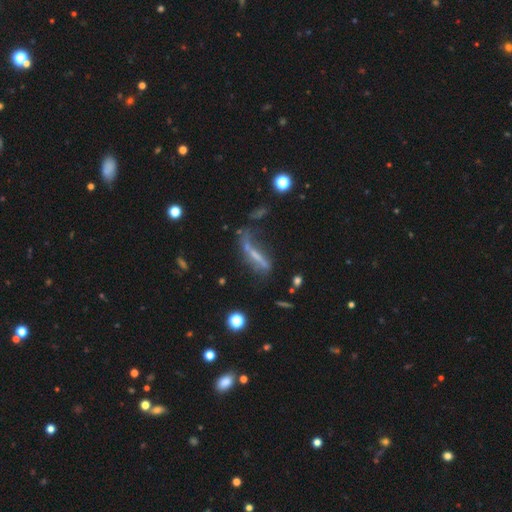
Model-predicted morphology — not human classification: smooth_or_featured: featured or disk (p=0.52) [alt: smooth p=0.34]
disk_edge_on: no (p=0.55) [alt: yes p=0.45]
merging: major disturbance (p=0.34) [alt: none p=0.32]